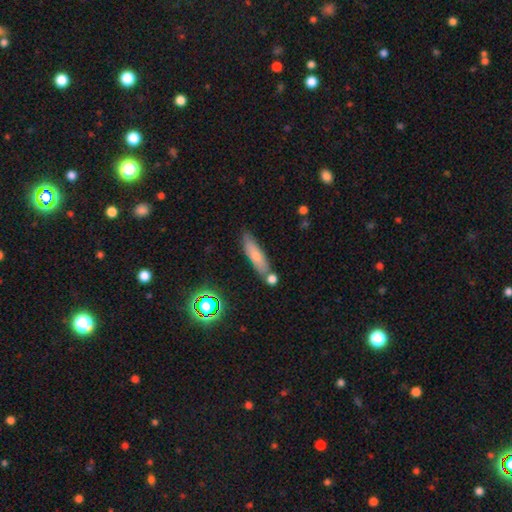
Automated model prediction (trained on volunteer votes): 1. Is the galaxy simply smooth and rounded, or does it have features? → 68% smooth, 22% featured or disk, 9% star or artifact.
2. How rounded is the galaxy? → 71% cigar-shaped, 27% in between, 2% round.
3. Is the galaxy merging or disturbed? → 70% none, 15% minor disturbance, 11% merger, 4% major disturbance.